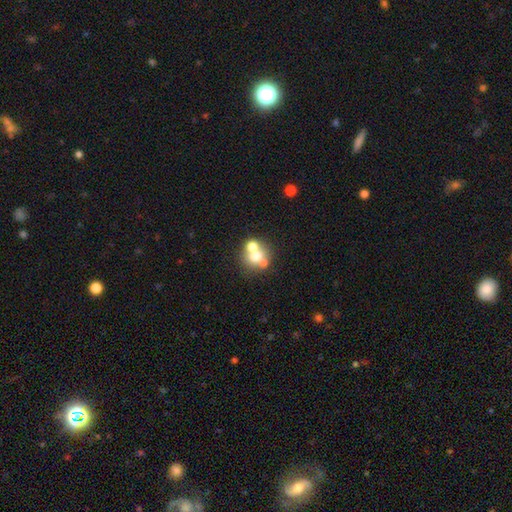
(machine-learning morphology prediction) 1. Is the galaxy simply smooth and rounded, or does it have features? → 60% smooth, 25% featured or disk, 15% star or artifact.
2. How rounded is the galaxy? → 81% round, 18% in between, 1% cigar-shaped.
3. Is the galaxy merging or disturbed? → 46% merger, 43% none, 7% minor disturbance, 4% major disturbance.